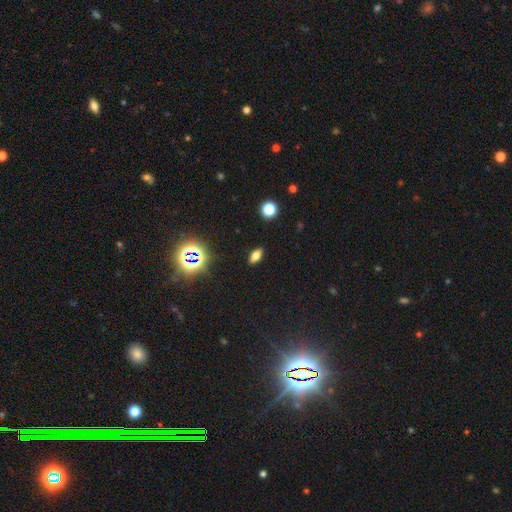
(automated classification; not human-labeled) smooth_or_featured: smooth (p=0.66) [alt: star or artifact p=0.20]
how_rounded: in between (p=0.82) [alt: cigar-shaped p=0.11]
merging: none (p=0.89) [alt: minor disturbance p=0.08]